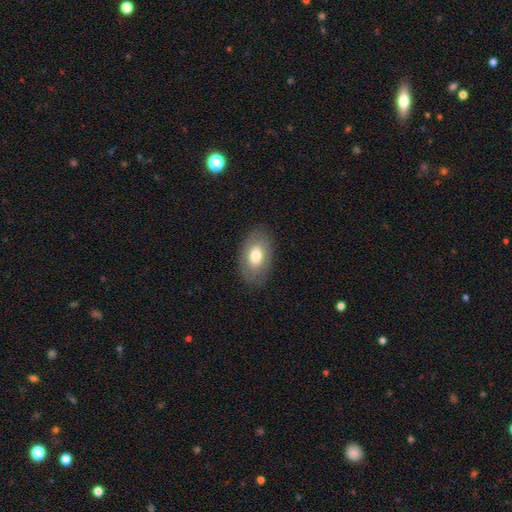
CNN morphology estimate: smooth-or-featured: smooth: 72% | featured or disk: 21% | star or artifact: 7%
  how-rounded: in between: 92% | round: 7% | cigar-shaped: 1%
  merging: none: 83% | minor disturbance: 12% | major disturbance: 4% | merger: 1%